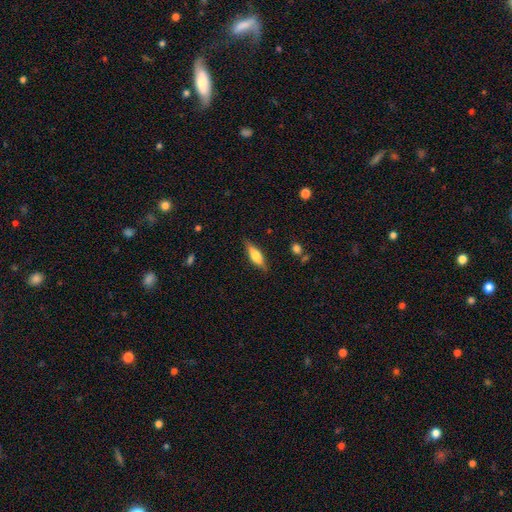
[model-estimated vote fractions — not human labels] Smooth or featured?
  - smooth: 59% *
  - featured or disk: 34%
  - star or artifact: 6%
How rounded?
  - cigar-shaped: 53% *
  - in between: 45%
  - round: 2%
Merging?
  - none: 84% *
  - minor disturbance: 12%
  - major disturbance: 3%
  - merger: 1%